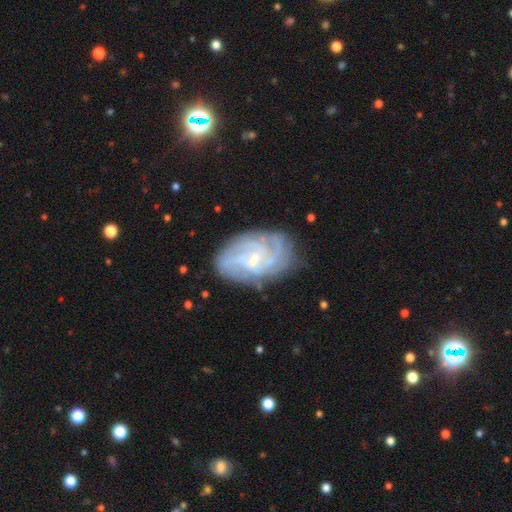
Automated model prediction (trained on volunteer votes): smooth-or-featured: featured or disk: 79% | smooth: 12% | star or artifact: 9%
  disk-edge-on: no: 96% | yes: 4%
    bar: weak: 48% | no: 40% | strong: 12%
    has-spiral-arms: yes: 93% | no: 7%
      spiral-winding: tight: 59% | medium: 32% | loose: 9%
      spiral-arm-count: can't tell: 38% | 4: 18% | 3: 16% | 2: 15% | more than 4: 8% | 1: 6%
    bulge-size: small: 71% | moderate: 21% | none: 6% | large: 1% | dominant: 1%
  merging: none: 76% | minor disturbance: 17% | major disturbance: 6% | merger: 2%